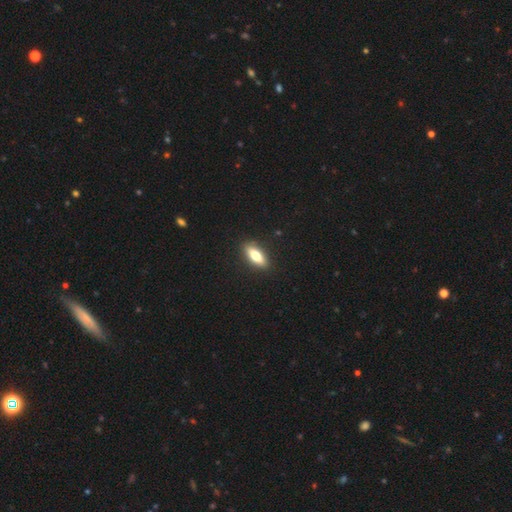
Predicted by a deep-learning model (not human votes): This is likely a smooth galaxy (72%). How rounded: likely in between (66%). Merging: clearly none (89%).